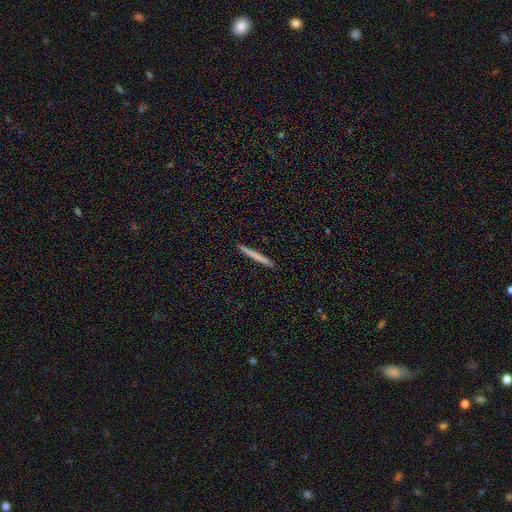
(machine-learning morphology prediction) Smooth or featured? smooth (68%)
How rounded? cigar-shaped (97%)
Merging? none (93%)